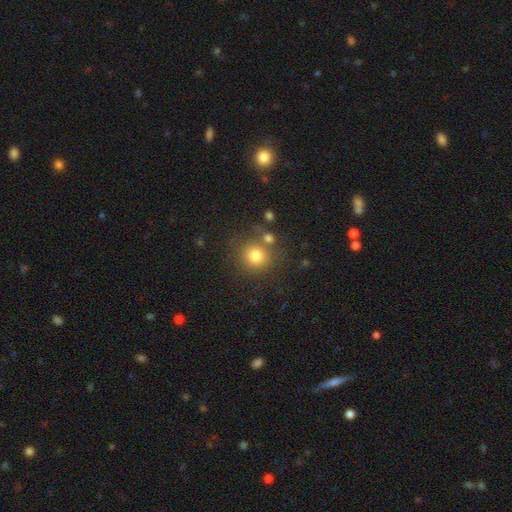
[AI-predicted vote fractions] Morphology: type=smooth (78%); roundness=round (91%); merging=none (74%).